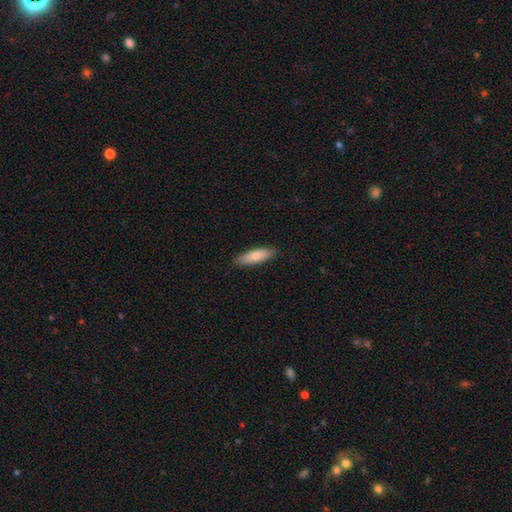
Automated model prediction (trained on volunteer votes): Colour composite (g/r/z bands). It shows a smooth galaxy with no disk features (74%) that is cigar-shaped (55%). Merging: none (88%).